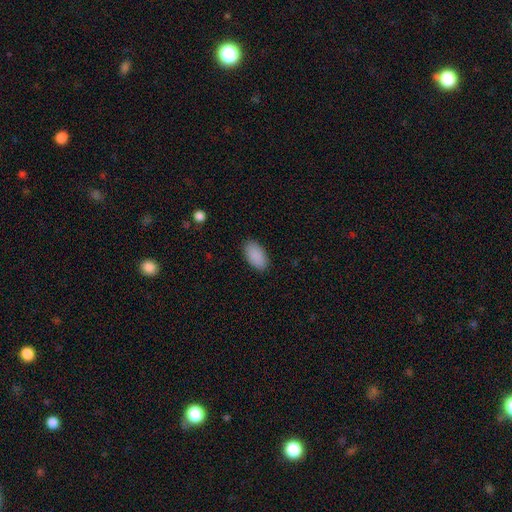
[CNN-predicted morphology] Smooth or featured?
  - smooth: 90% *
  - star or artifact: 6%
  - featured or disk: 3%
How rounded?
  - in between: 95% *
  - round: 3%
  - cigar-shaped: 2%
Merging?
  - none: 88% *
  - minor disturbance: 9%
  - major disturbance: 2%
  - merger: 1%